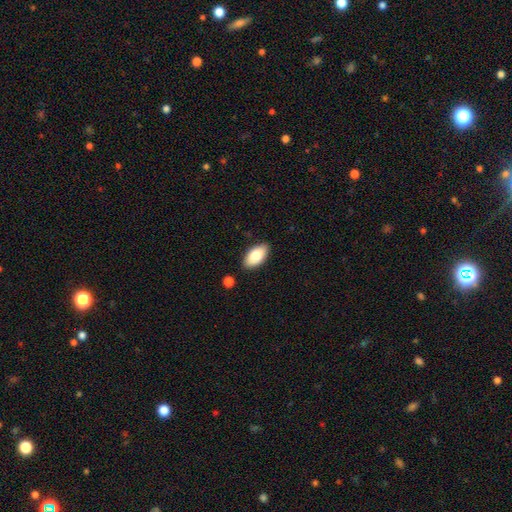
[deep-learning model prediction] This appears to be a smooth galaxy with no disk features (82%) that is in between round and cigar-shaped (94%). Merging: none (87%).